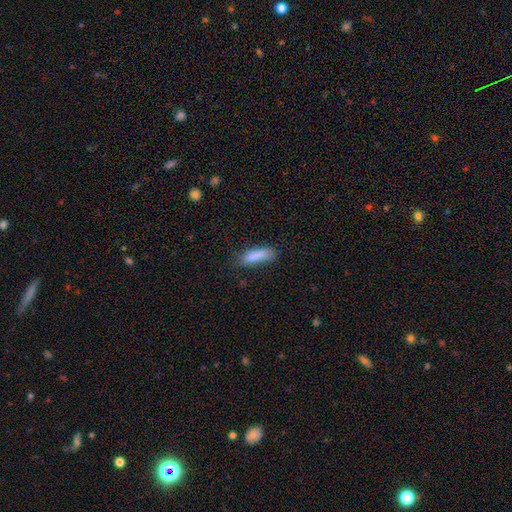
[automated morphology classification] smooth 85%, featured or disk 8%, star or artifact 7%. Down the decision tree: how rounded — cigar-shaped (51%); merging — none (63%).